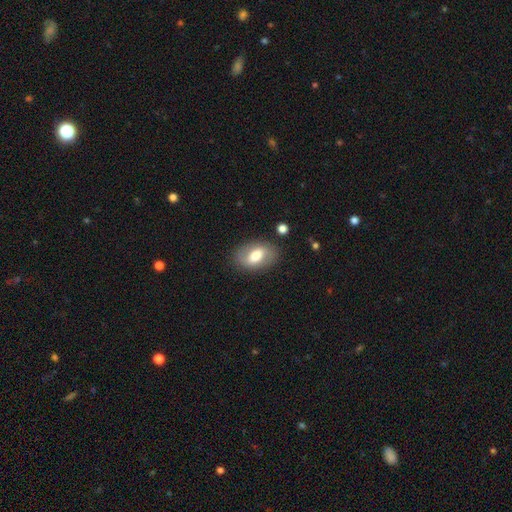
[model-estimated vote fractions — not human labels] A smooth galaxy with no disk features (62%) that is in between round and cigar-shaped (89%). Merging: none (81%).